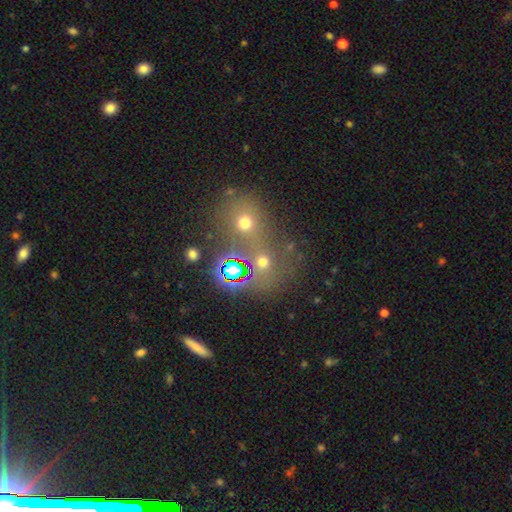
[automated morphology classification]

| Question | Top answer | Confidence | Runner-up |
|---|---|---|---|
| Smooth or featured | star or artifact | 43% | smooth (34%) |